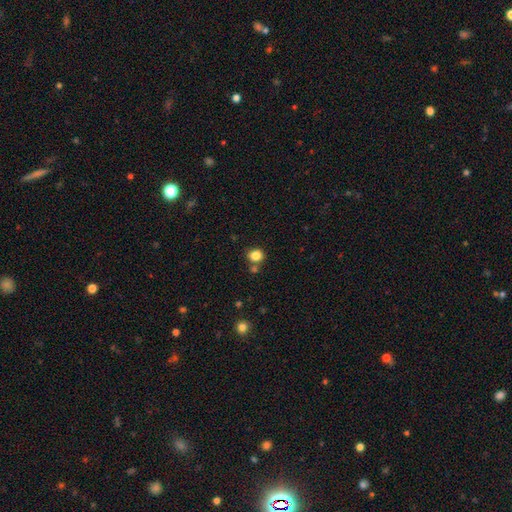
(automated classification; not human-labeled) Smooth or featured: smooth — 84% (star or artifact — 11%)
How rounded: round — 72% (in between — 27%)
Merging: none — 70% (merger — 15%)